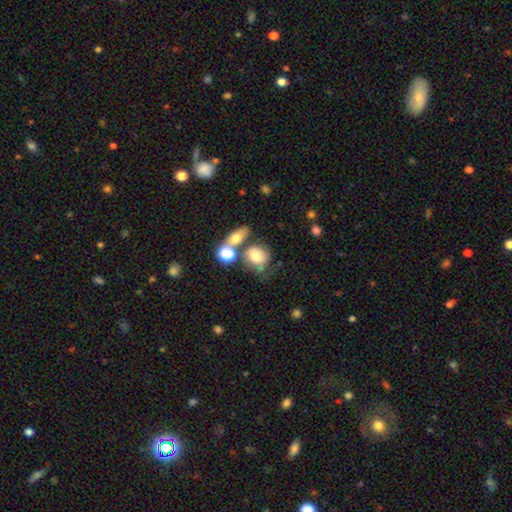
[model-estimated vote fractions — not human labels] Smooth or featured? Predicted: smooth (p=0.70). How rounded? Predicted: round (p=0.53). Merging? Predicted: none (p=0.37).